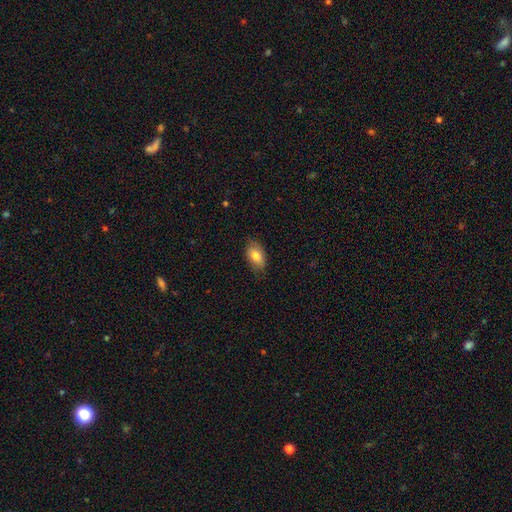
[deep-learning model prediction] Overall: smooth (79%). How rounded: in between (91%). Merging: none (80%).